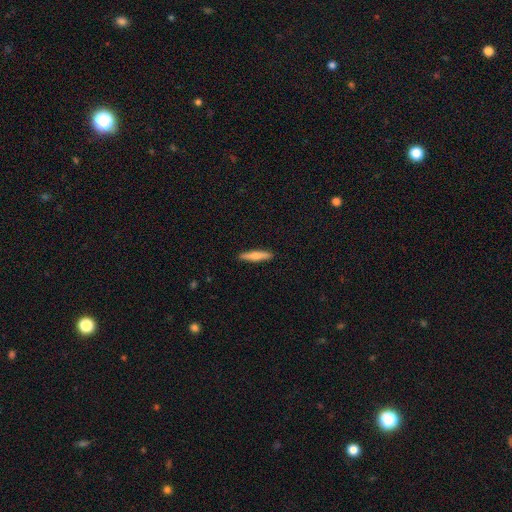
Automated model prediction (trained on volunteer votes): Smooth or featured? Predicted: smooth (p=0.62). How rounded? Predicted: cigar-shaped (p=0.88). Merging? Predicted: none (p=0.91).